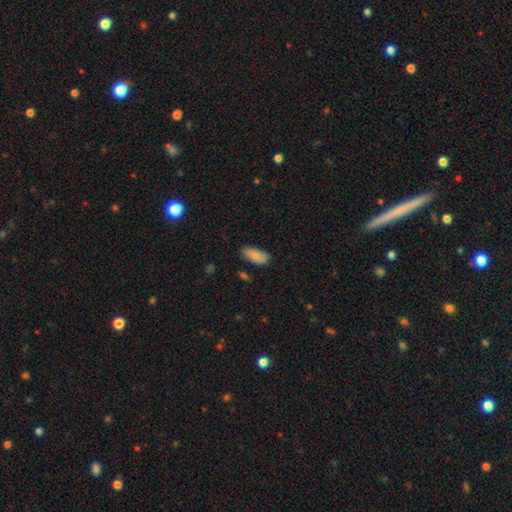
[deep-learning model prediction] A smooth galaxy with no disk features (89%) that is in between round and cigar-shaped (87%). Merging: none (82%).